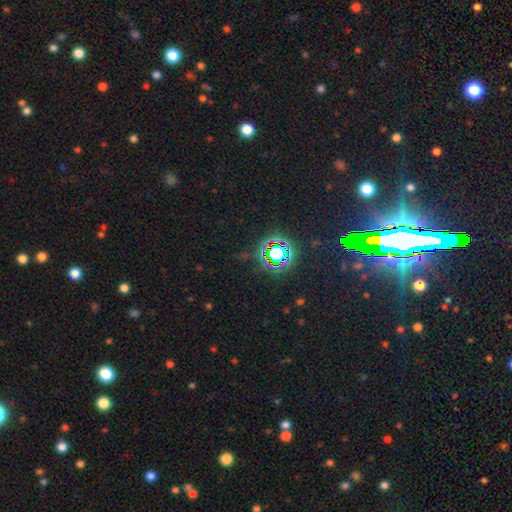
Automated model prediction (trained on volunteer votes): A star or artifact, not a galaxy (80%).

Vote fractions:
- Smooth or featured? star or artifact: 80% / featured or disk: 10% / smooth: 10%